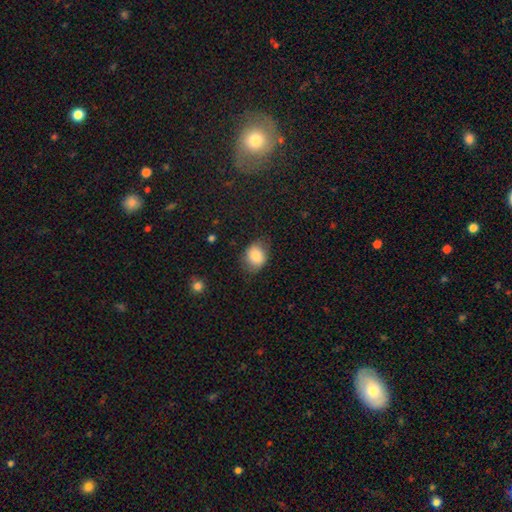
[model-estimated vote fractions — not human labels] smooth-or-featured: smooth: 82% | featured or disk: 9% | star or artifact: 9%
  how-rounded: round: 53% | in between: 46% | cigar-shaped: 1%
  merging: none: 72% | minor disturbance: 21% | major disturbance: 6% | merger: 1%